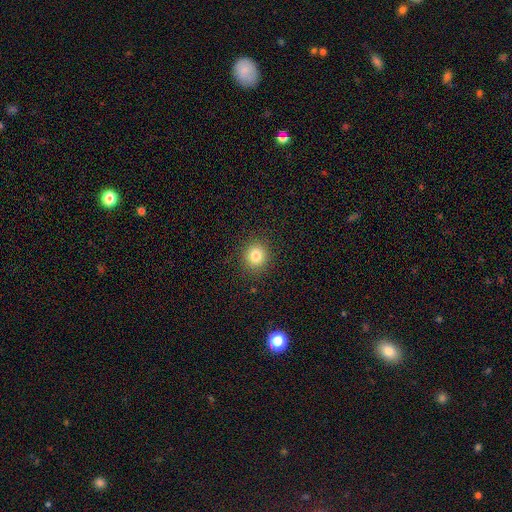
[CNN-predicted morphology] A smooth galaxy with no disk features (82%) that is round (85%).

Vote fractions:
- Smooth or featured? smooth: 82% / star or artifact: 12% / featured or disk: 7%
- How rounded? round: 85% / in between: 14% / cigar-shaped: 1%
- Merging? none: 90% / minor disturbance: 7% / major disturbance: 3% / merger: 1%